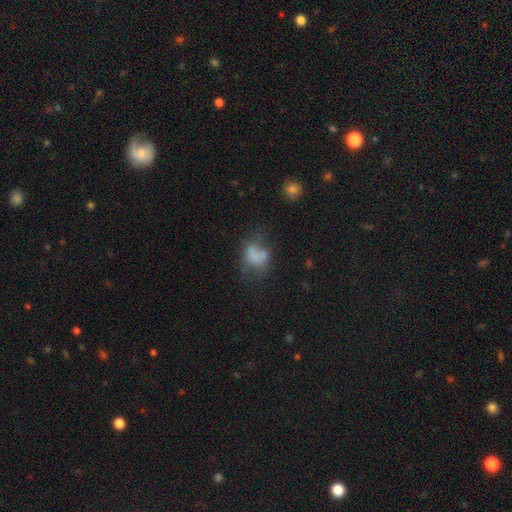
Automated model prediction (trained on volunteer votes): Smooth or featured?
  - smooth: 57% *
  - featured or disk: 30%
  - star or artifact: 14%
How rounded?
  - in between: 69% *
  - round: 29%
  - cigar-shaped: 2%
Merging?
  - major disturbance: 32% *
  - none: 29%
  - minor disturbance: 23%
  - merger: 16%